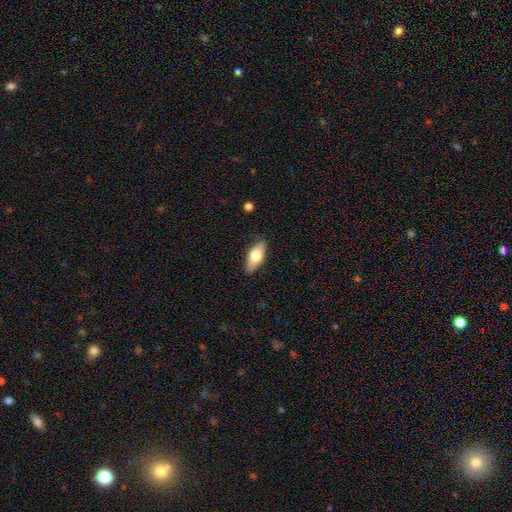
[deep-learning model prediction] The model was most divided on "smooth or featured": smooth: 66%, featured or disk: 28%, star or artifact: 6%. More confident: merging — none (85%); how rounded — in between (78%).